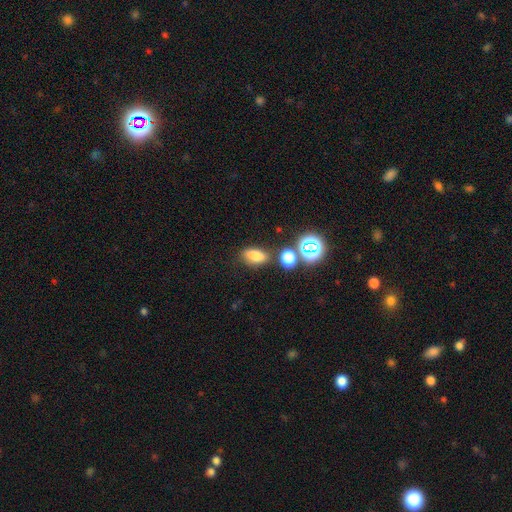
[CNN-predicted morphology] A smooth galaxy with no disk features (75%) that is in between round and cigar-shaped (77%). Merging: none (71%).